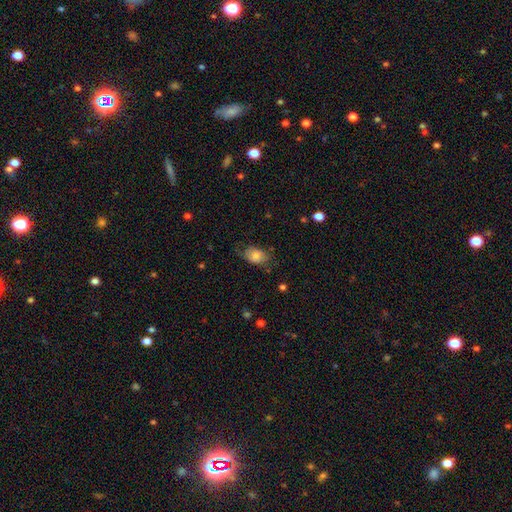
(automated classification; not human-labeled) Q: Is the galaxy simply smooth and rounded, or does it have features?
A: smooth — 74%.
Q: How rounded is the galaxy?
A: in between — 80%.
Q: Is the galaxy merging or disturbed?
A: none — 62%.